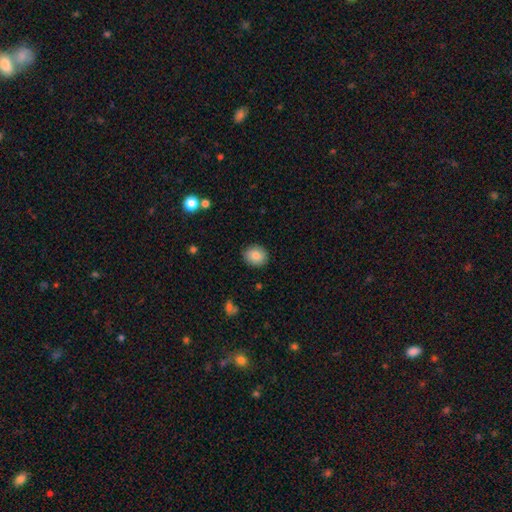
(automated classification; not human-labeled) A smooth galaxy with no disk features (85%) that is round (71%).

Vote fractions:
- Smooth or featured? smooth: 85% / star or artifact: 8% / featured or disk: 7%
- How rounded? round: 71% / in between: 28% / cigar-shaped: 1%
- Merging? none: 89% / minor disturbance: 8% / major disturbance: 2% / merger: 1%